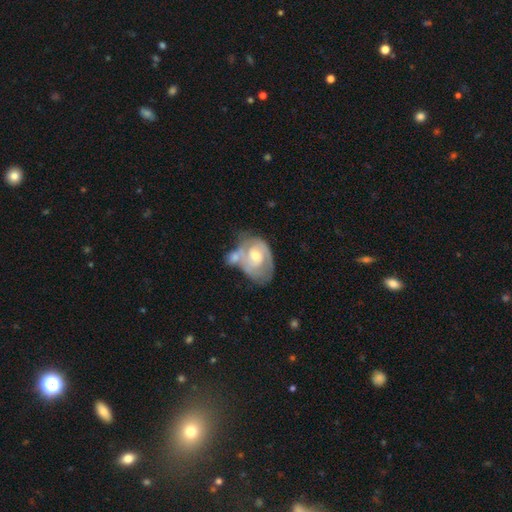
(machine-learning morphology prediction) The model was most divided on "merging": merger: 46%, none: 23%, minor disturbance: 17%, major disturbance: 14%. More confident: edge-on disk — no (96%); spiral arms — yes (74%); smooth or featured — featured or disk (69%); bulge size — moderate (66%); bar — no (65%).